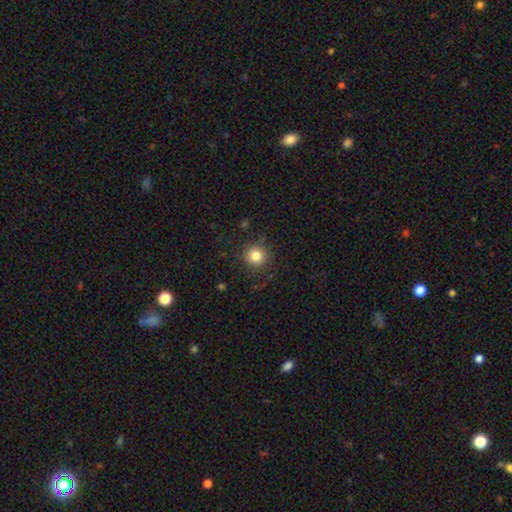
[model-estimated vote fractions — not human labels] A smooth galaxy with no disk features (83%) that is round (94%). Merging: none (87%).